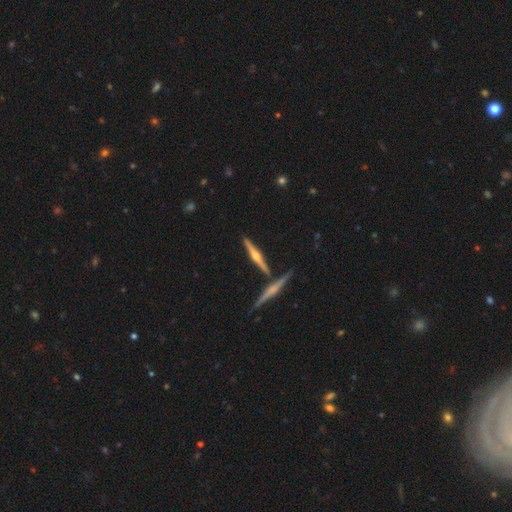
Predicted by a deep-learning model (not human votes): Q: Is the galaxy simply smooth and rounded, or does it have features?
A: featured or disk — 80%.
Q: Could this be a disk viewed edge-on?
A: yes — 98%.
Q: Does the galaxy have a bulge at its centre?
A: rounded — 92%.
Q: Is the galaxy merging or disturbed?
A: none — 80%.